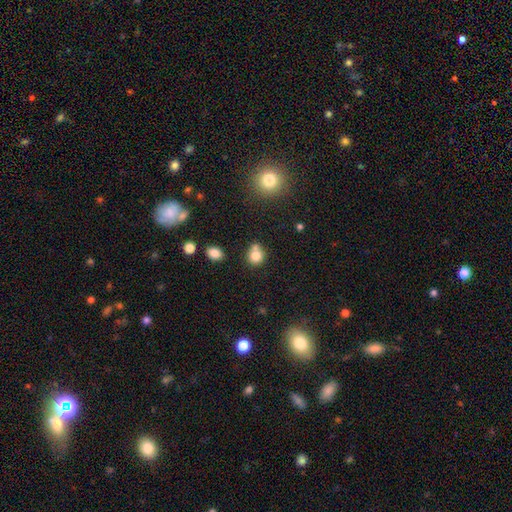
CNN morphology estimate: Q: Smooth or featured?
A: smooth (79%); runner-up: star or artifact (12%)
Q: How rounded?
A: round (78%); runner-up: in between (21%)
Q: Merging?
A: none (50%); runner-up: merger (32%)